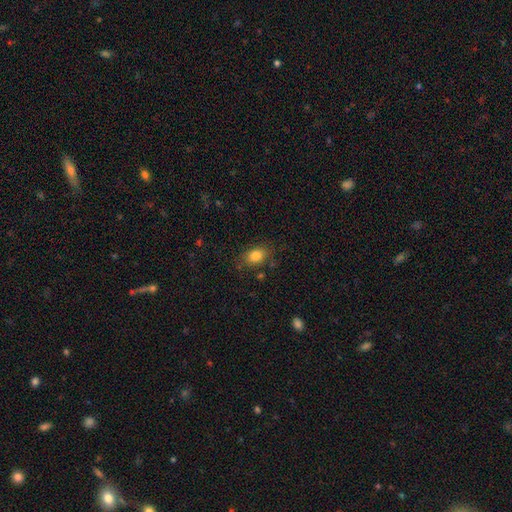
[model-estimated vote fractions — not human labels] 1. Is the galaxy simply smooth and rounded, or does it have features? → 82% smooth, 10% star or artifact, 8% featured or disk.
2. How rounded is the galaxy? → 75% in between, 24% round, 1% cigar-shaped.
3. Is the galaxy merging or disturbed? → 81% none, 13% minor disturbance, 4% major disturbance, 2% merger.